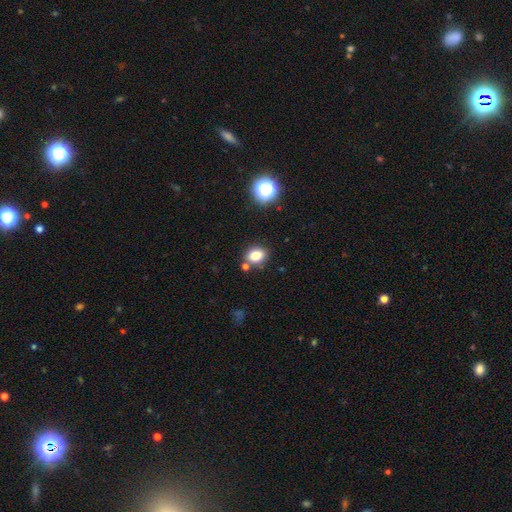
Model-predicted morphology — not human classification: The model was most divided on "how rounded": in between: 57%, round: 41%, cigar-shaped: 1%. More confident: smooth or featured — smooth (80%); merging — none (77%).